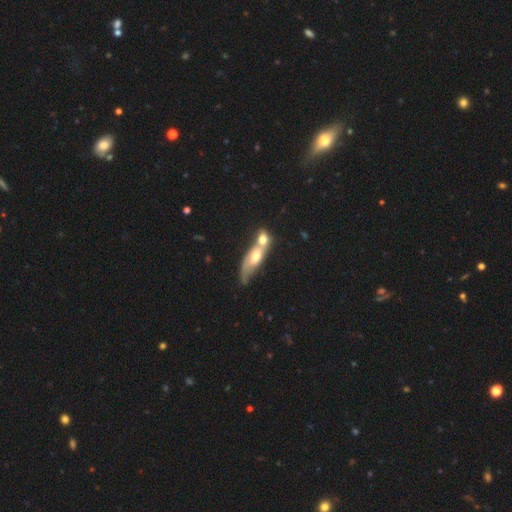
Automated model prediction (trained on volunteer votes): The model was most divided on "smooth or featured": smooth: 48%, featured or disk: 44%, star or artifact: 8%. More confident: merging — merger (68%).